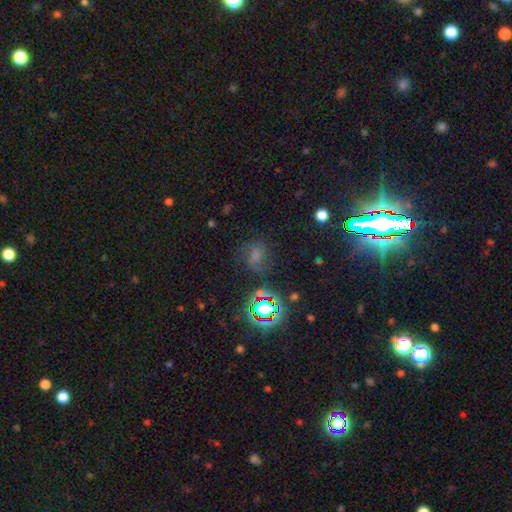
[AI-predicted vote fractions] Smooth or featured?
  - star or artifact: 40% *
  - smooth: 32%
  - featured or disk: 27%